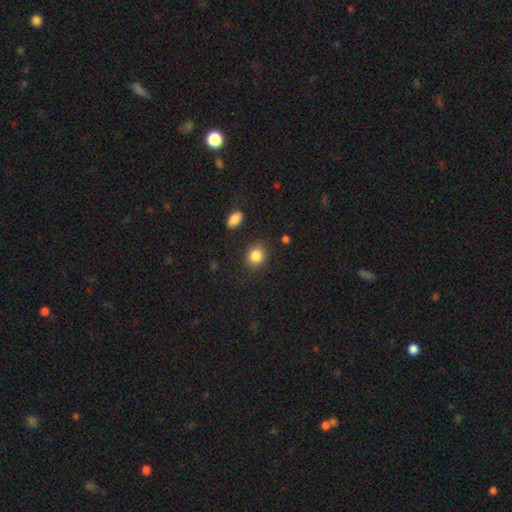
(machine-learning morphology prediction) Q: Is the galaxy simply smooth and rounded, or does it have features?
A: smooth — 86%.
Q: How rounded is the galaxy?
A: round — 70%.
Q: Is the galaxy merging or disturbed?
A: none — 85%.